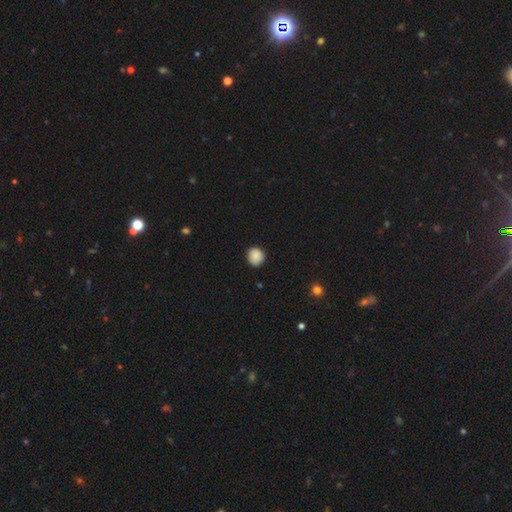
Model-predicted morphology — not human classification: This appears to be a smooth galaxy with no disk features (87%) that is round (90%). Merging: none (87%).